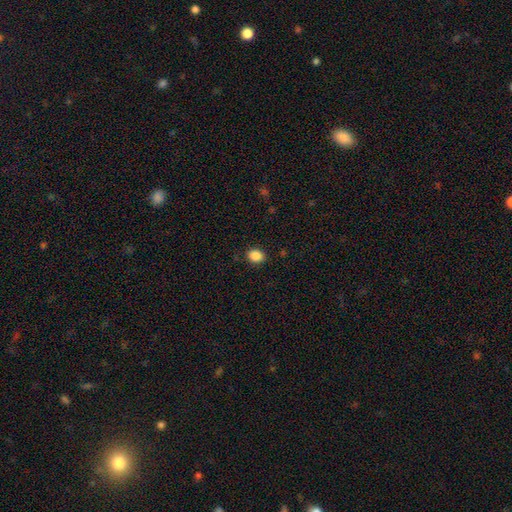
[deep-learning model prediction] smooth 87%, star or artifact 9%, featured or disk 3%. Down the decision tree: how rounded — round (50%); merging — none (89%).